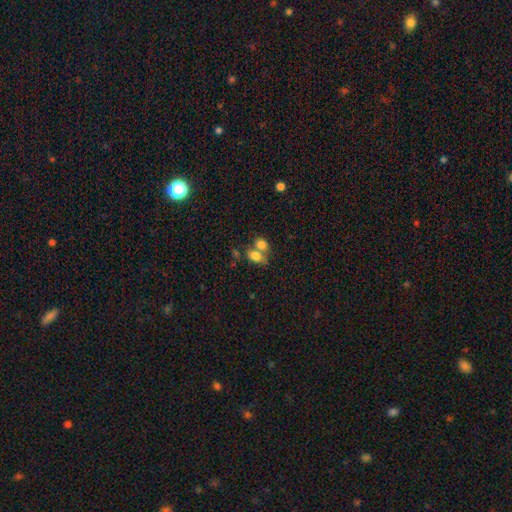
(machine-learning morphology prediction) Smooth or featured: smooth — 78% (featured or disk — 12%)
How rounded: in between — 78% (round — 20%)
Merging: merger — 55% (none — 31%)